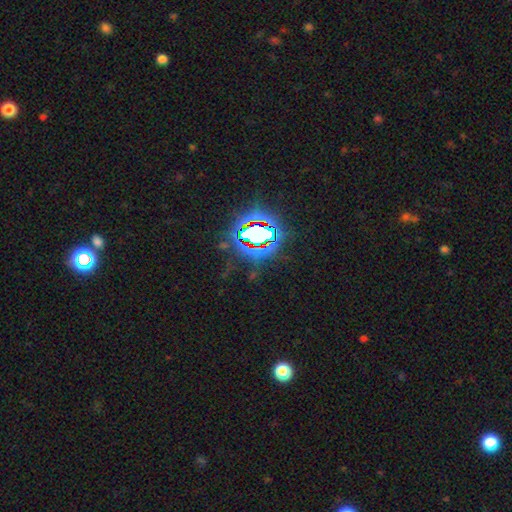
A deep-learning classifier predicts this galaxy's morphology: Smooth or featured?
  - star or artifact: 84% *
  - smooth: 9%
  - featured or disk: 6%